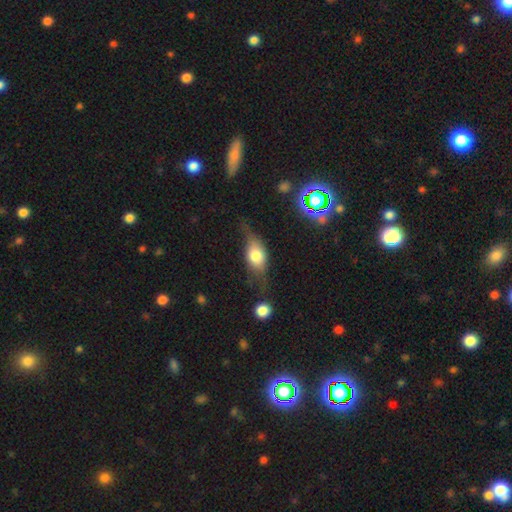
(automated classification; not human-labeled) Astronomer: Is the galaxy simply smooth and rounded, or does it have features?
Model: smooth — 55% (runner-up: featured or disk, 36%).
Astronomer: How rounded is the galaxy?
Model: in between — 74%.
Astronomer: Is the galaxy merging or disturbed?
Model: none — 48% (runner-up: minor disturbance, 30%).